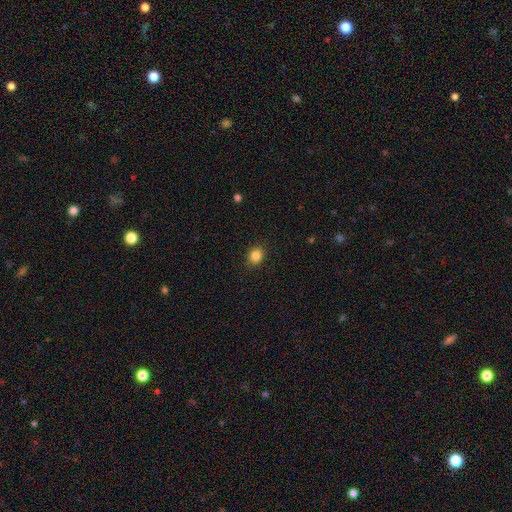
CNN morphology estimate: smooth 85%, star or artifact 11%, featured or disk 4%. Down the decision tree: how rounded — round (70%); merging — none (88%).